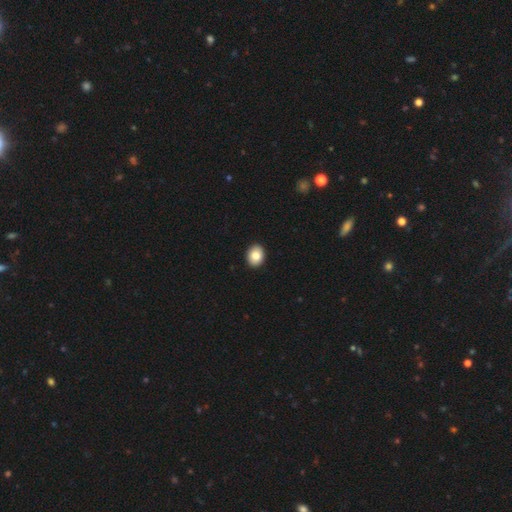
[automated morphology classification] Smooth or featured? smooth (85%)
How rounded? in between (55%)
Merging? none (93%)